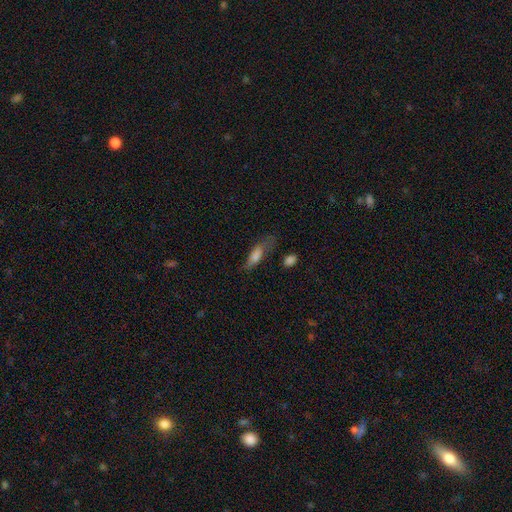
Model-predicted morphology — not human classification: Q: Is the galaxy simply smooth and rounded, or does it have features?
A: smooth — 71%.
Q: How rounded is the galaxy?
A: in between — 52%.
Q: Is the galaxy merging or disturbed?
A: none — 44%.